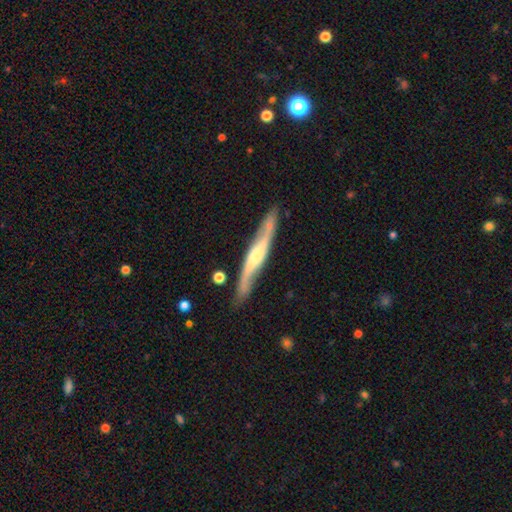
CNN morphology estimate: smooth_or_featured: featured or disk (p=0.74) [alt: smooth p=0.22]
disk_edge_on: yes (p=0.67) [alt: no p=0.33]
merging: none (p=0.77) [alt: minor disturbance p=0.16]